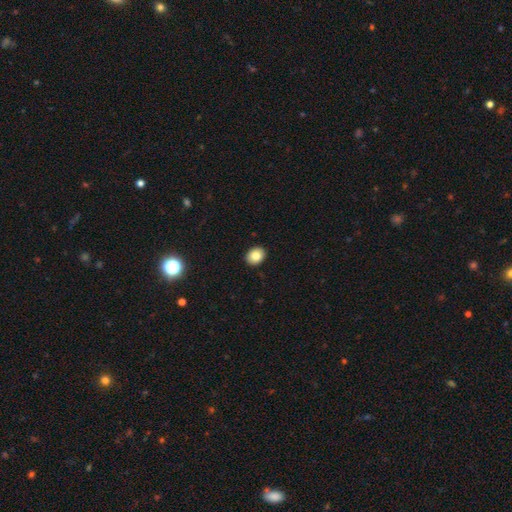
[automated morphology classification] This appears to be a smooth galaxy with no disk features (83%) that is round (50%). Merging: none (91%).